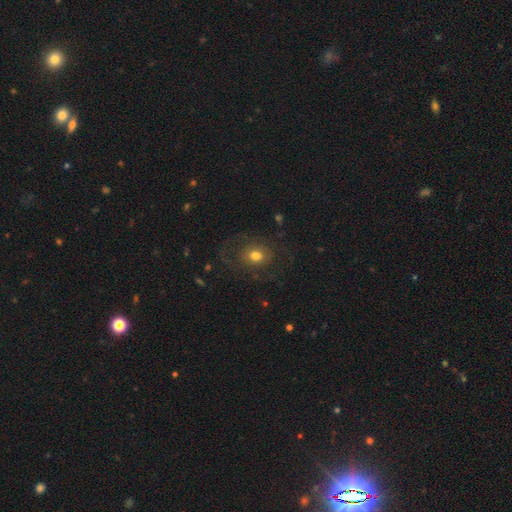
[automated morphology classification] The model was most divided on "smooth or featured": smooth: 49%, featured or disk: 39%, star or artifact: 12%. More confident: merging — none (66%).